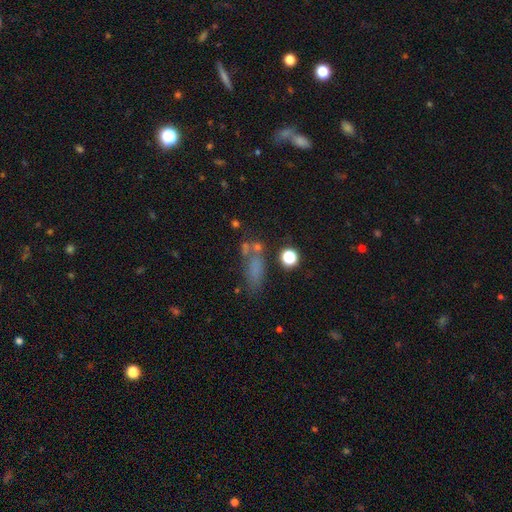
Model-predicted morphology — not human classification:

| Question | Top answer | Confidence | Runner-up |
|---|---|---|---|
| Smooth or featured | smooth | 58% | star or artifact (25%) |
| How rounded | in between | 54% | cigar-shaped (33%) |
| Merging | none | 56% | minor disturbance (17%) |